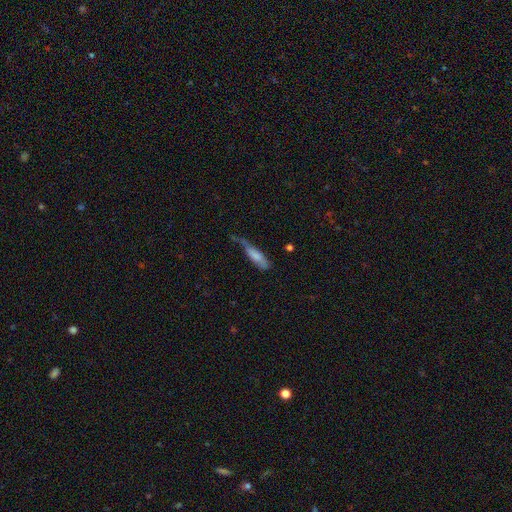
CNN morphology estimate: Q: Smooth or featured?
A: smooth (72%); runner-up: featured or disk (21%)
Q: How rounded?
A: cigar-shaped (68%); runner-up: in between (30%)
Q: Merging?
A: minor disturbance (39%); runner-up: none (28%)